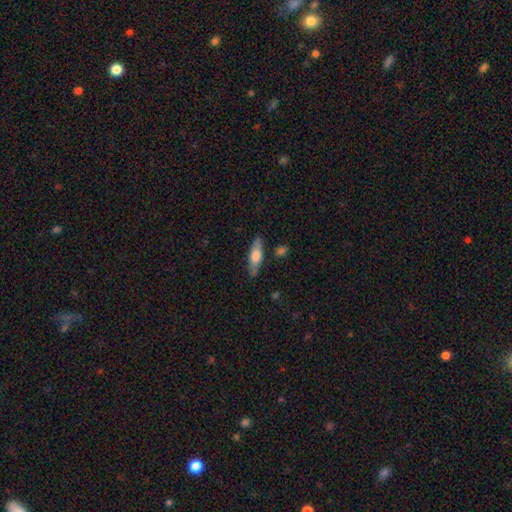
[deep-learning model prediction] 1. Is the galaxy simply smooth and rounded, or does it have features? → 56% smooth, 39% featured or disk, 6% star or artifact.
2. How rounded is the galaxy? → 56% cigar-shaped, 41% in between, 3% round.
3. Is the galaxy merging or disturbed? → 82% none, 13% minor disturbance, 3% merger, 3% major disturbance.